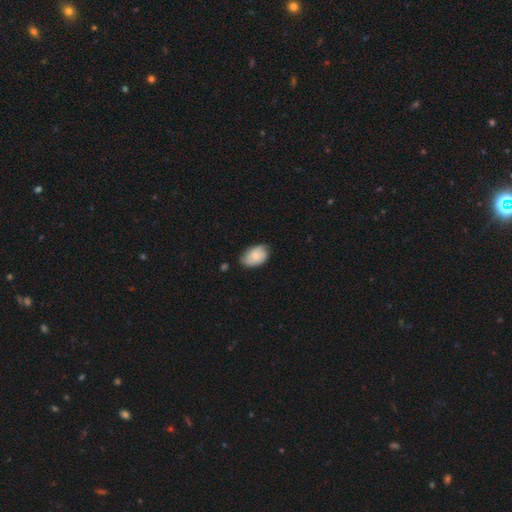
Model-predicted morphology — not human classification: smooth-or-featured: smooth: 75% | featured or disk: 19% | star or artifact: 7%
  how-rounded: in between: 89% | round: 10% | cigar-shaped: 1%
  merging: none: 65% | minor disturbance: 29% | major disturbance: 4% | merger: 2%